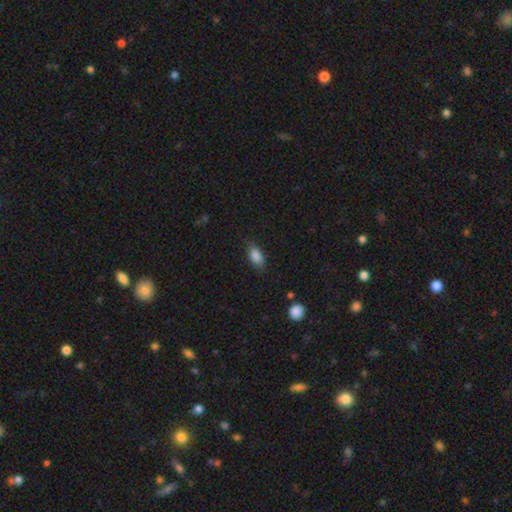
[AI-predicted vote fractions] Overall: smooth (85%). How rounded: in between (87%). Merging: none (78%).